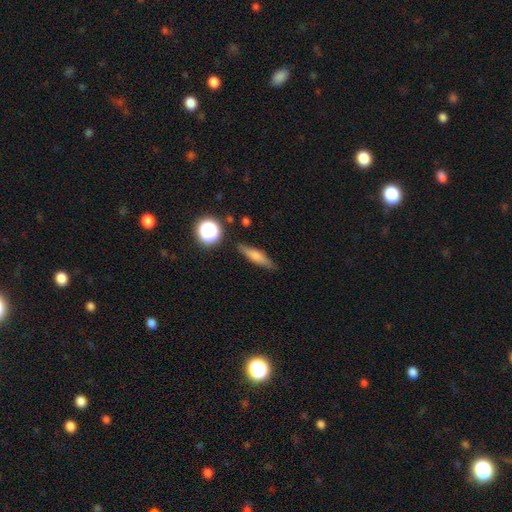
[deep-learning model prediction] The model was most divided on "smooth or featured": smooth: 61%, featured or disk: 29%, star or artifact: 10%. More confident: merging — none (82%); how rounded — cigar-shaped (70%).